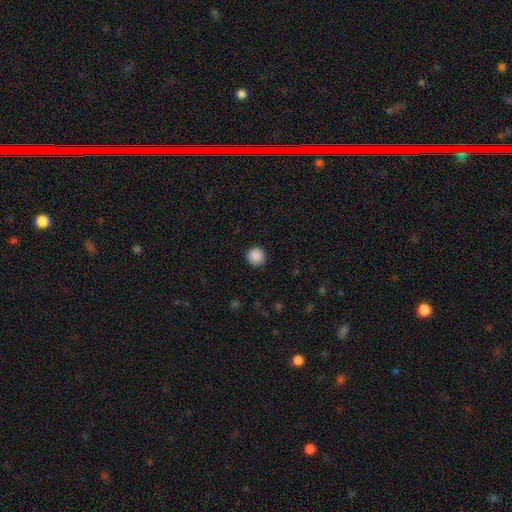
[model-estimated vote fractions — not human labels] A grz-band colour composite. It shows a smooth galaxy with no disk features (89%) that is round (96%). Merging: none (92%).